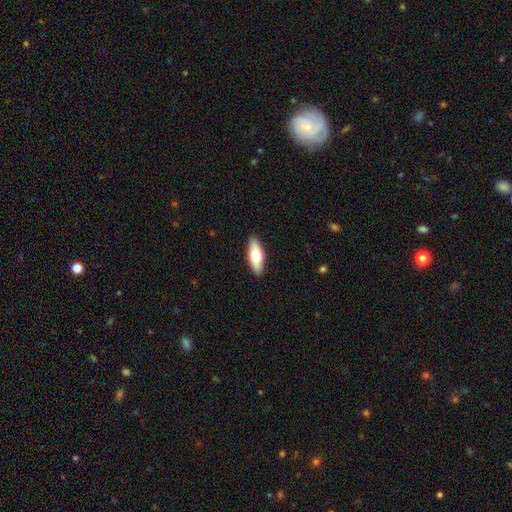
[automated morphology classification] The model was most divided on "how rounded": in between: 69%, cigar-shaped: 29%, round: 2%. More confident: merging — none (89%); smooth or featured — smooth (69%).